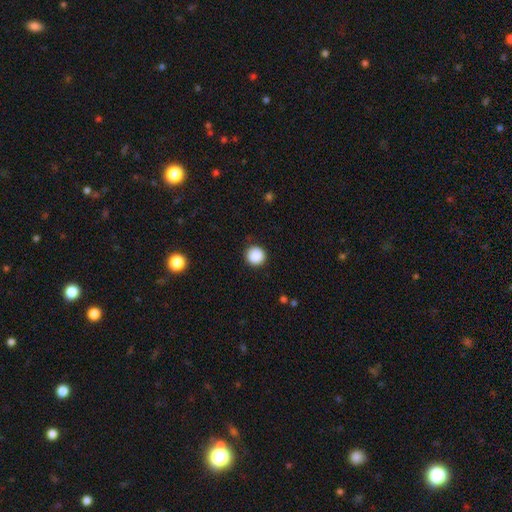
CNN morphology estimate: A smooth galaxy with no disk features (88%) that is round (95%).

Vote fractions:
- Smooth or featured? smooth: 88% / star or artifact: 9% / featured or disk: 3%
- How rounded? round: 95% / in between: 4% / cigar-shaped: 1%
- Merging? none: 90% / minor disturbance: 7% / major disturbance: 2% / merger: 1%